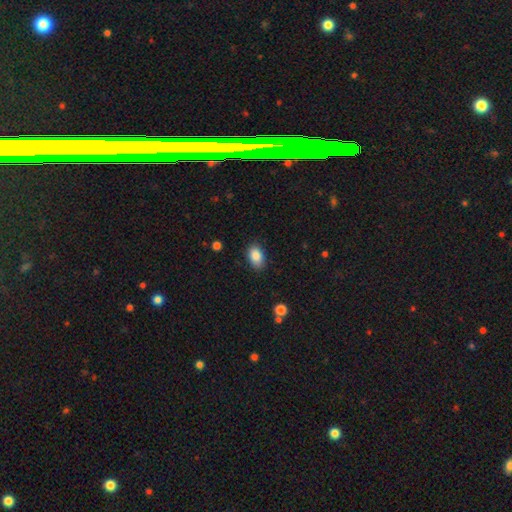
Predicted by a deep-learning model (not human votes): This is clearly a smooth galaxy (86%). How rounded: clearly in between (87%). Merging: clearly none (85%).